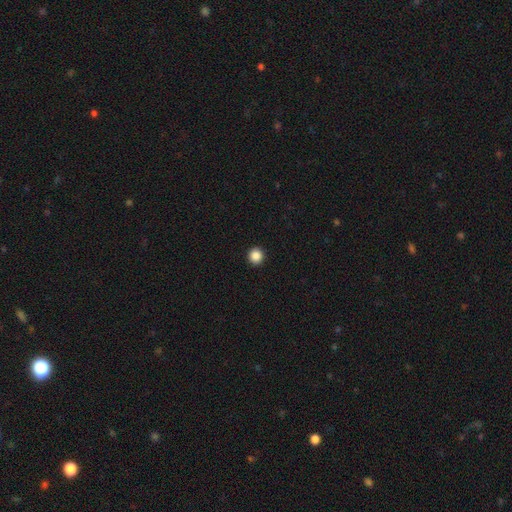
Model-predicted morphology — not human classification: smooth_or_featured: smooth (p=0.88) [alt: star or artifact p=0.10]
how_rounded: round (p=0.96) [alt: in between p=0.03]
merging: none (p=0.94) [alt: minor disturbance p=0.04]